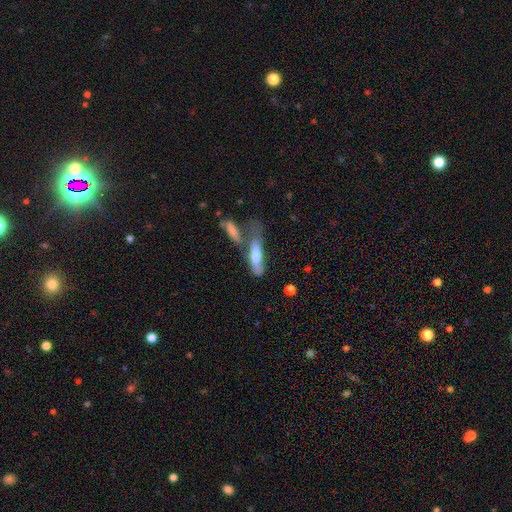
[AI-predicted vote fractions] smooth-or-featured: smooth: 58% | featured or disk: 35% | star or artifact: 7%
  how-rounded: cigar-shaped: 59% | in between: 39% | round: 2%
  merging: merger: 43% | none: 27% | minor disturbance: 15% | major disturbance: 15%